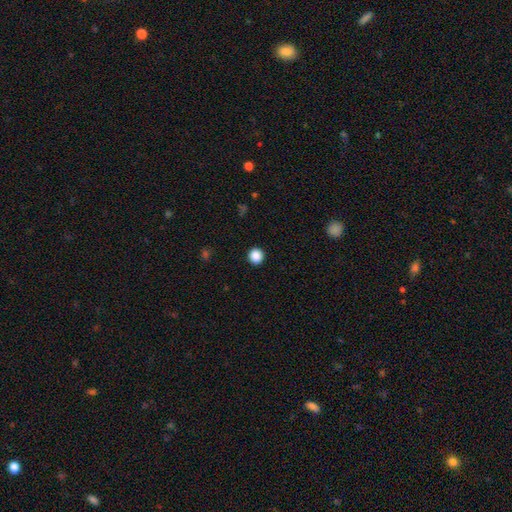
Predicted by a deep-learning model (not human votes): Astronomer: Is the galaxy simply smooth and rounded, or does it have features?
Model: smooth — 88%.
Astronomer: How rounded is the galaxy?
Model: round — 93%.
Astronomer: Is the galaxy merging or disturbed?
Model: none — 93%.